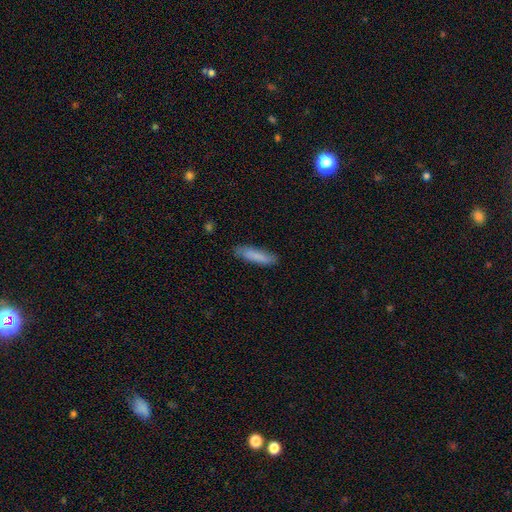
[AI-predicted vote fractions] Morphology: type=smooth (80%); roundness=cigar-shaped (76%); merging=none (79%).